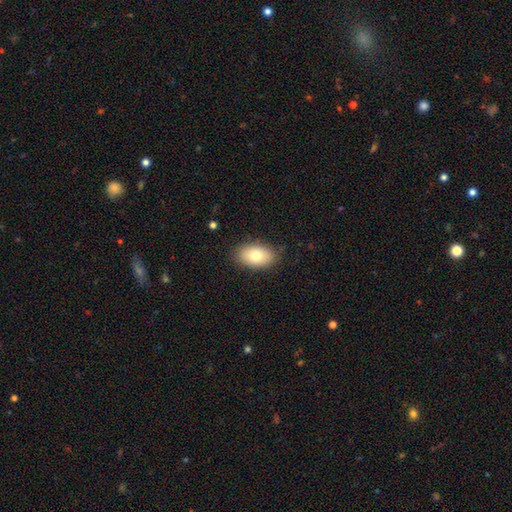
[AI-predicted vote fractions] Morphology: type=smooth (77%); roundness=in between (91%); merging=none (85%).